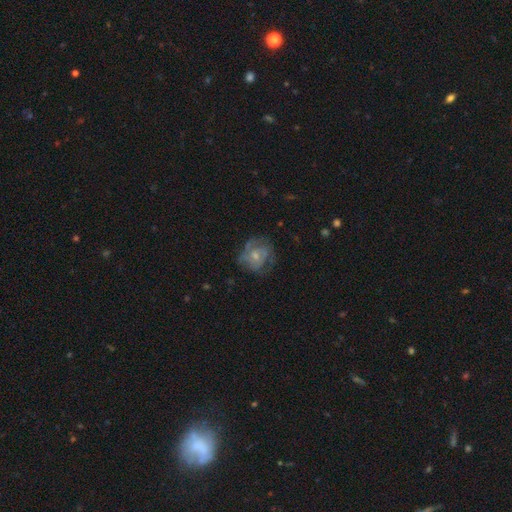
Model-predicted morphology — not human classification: smooth-or-featured: featured or disk: 56% | smooth: 36% | star or artifact: 8%
  disk-edge-on: no: 97% | yes: 3%
    bar: no: 71% | weak: 25% | strong: 4%
    has-spiral-arms: yes: 62% | no: 38%
    bulge-size: small: 47% | moderate: 43% | none: 6% | large: 3% | dominant: 1%
  merging: none: 56% | minor disturbance: 24% | major disturbance: 18% | merger: 2%